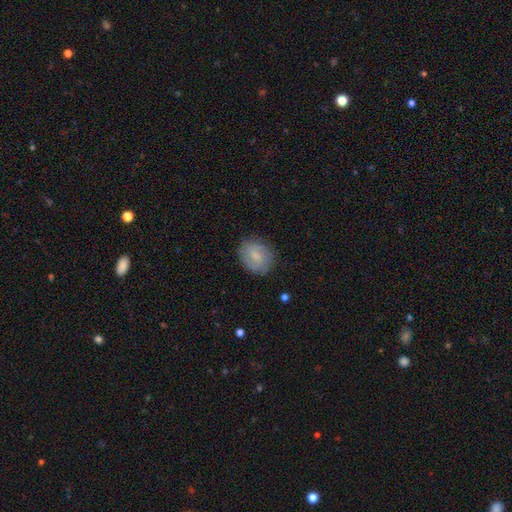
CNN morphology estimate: Overall: smooth (51%; featured or disk 42%). How rounded: round (53%; in between 46%). Merging: none (82%).